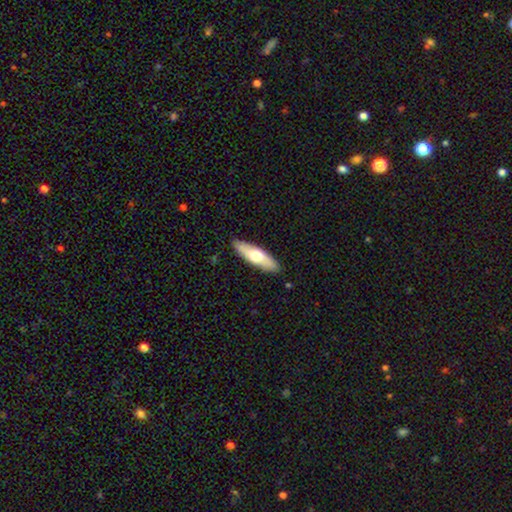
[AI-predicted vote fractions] smooth 62%, featured or disk 33%, star or artifact 5%. Down the decision tree: how rounded — cigar-shaped (54%); merging — none (89%).